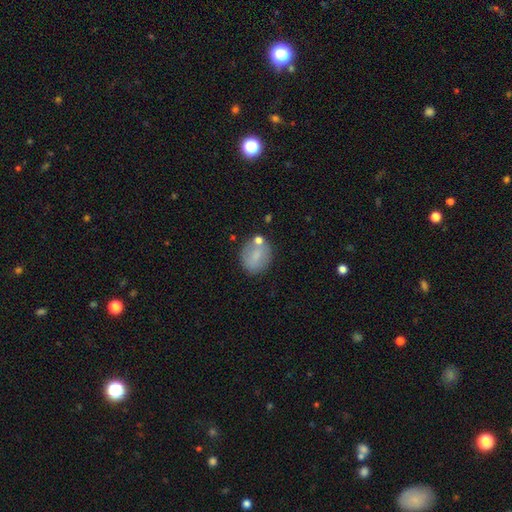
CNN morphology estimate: Smooth or featured: smooth — 72% (featured or disk — 19%)
How rounded: round — 61% (in between — 38%)
Merging: none — 68% (minor disturbance — 16%)